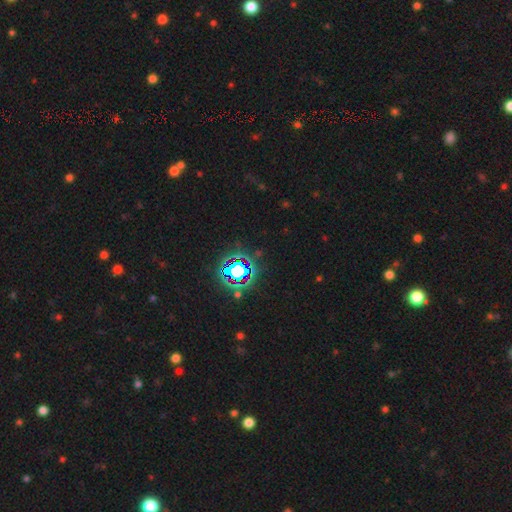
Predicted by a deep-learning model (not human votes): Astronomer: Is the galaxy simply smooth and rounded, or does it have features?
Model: star or artifact — 81%.